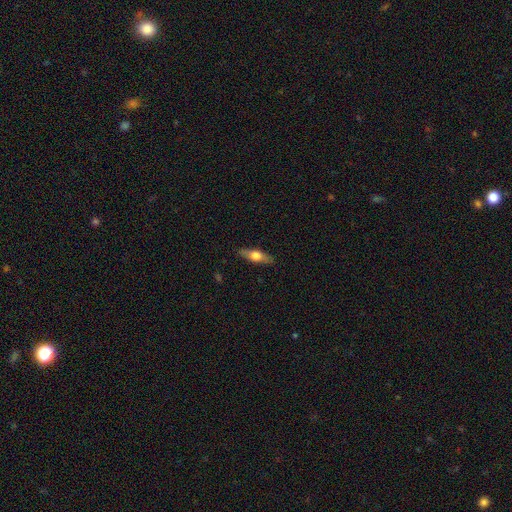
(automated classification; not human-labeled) This is possibly a smooth galaxy (53%). How rounded: possibly cigar-shaped (49%). Merging: clearly none (87%).